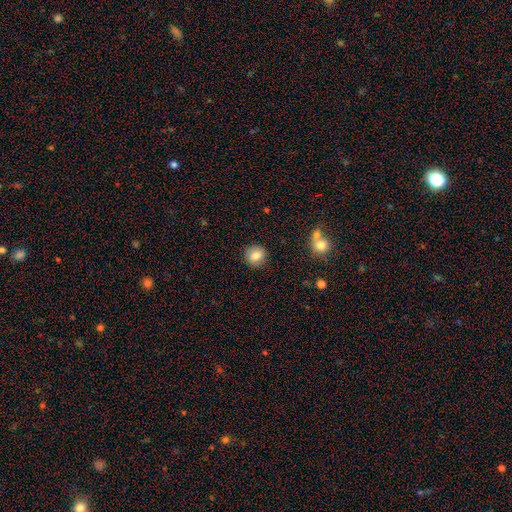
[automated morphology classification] smooth_or_featured: smooth (p=0.84) [alt: star or artifact p=0.09]
how_rounded: round (p=0.85) [alt: in between p=0.14]
merging: none (p=0.88) [alt: minor disturbance p=0.08]